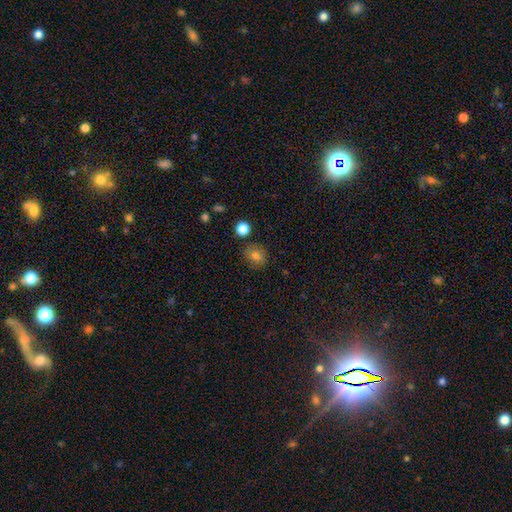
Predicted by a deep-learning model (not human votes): Smooth or featured? Predicted: smooth (p=0.77). How rounded? Predicted: round (p=0.70). Merging? Predicted: none (p=0.81).